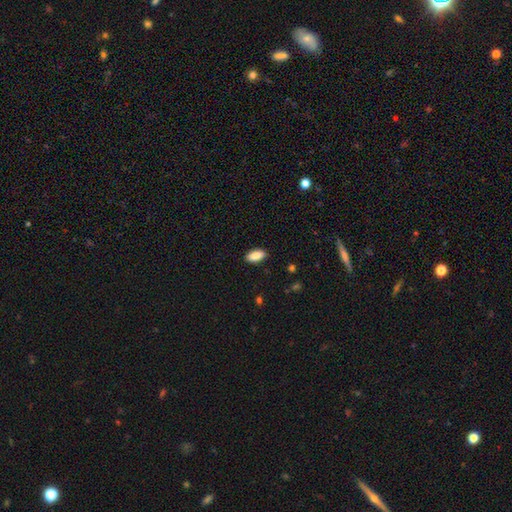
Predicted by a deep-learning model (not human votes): Morphology: type=smooth (89%); roundness=in between (88%); merging=none (89%).